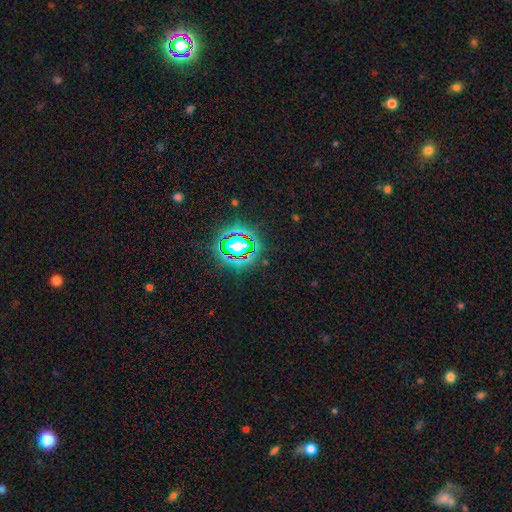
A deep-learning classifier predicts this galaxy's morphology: type=star or artifact (80%).